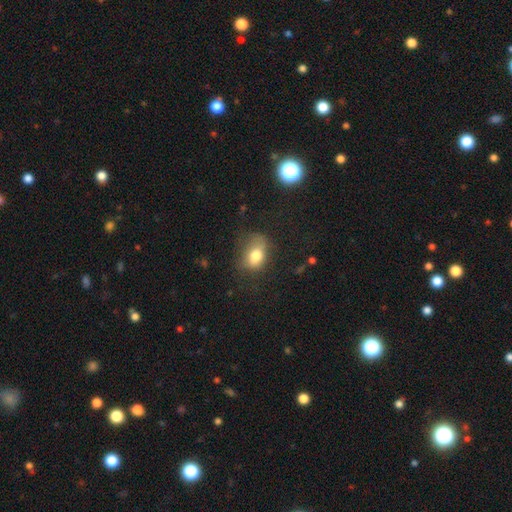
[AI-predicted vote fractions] Overall: smooth (75%). How rounded: in between (74%). Merging: none (45%; minor disturbance 30%).